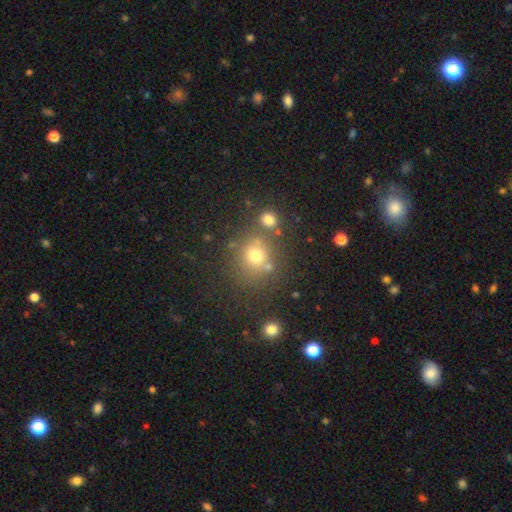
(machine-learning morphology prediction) Q: Smooth or featured?
A: smooth (69%); runner-up: star or artifact (20%)
Q: How rounded?
A: round (84%); runner-up: in between (15%)
Q: Merging?
A: none (68%); runner-up: merger (16%)